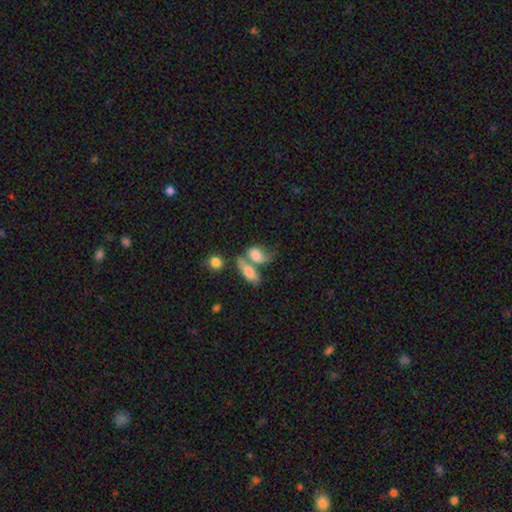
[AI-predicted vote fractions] A smooth galaxy with no disk features (66%) that is in between round and cigar-shaped (79%).

Vote fractions:
- Smooth or featured? smooth: 66% / featured or disk: 25% / star or artifact: 9%
- How rounded? in between: 79% / round: 14% / cigar-shaped: 6%
- Merging? merger: 55% / none: 22% / minor disturbance: 12% / major disturbance: 11%